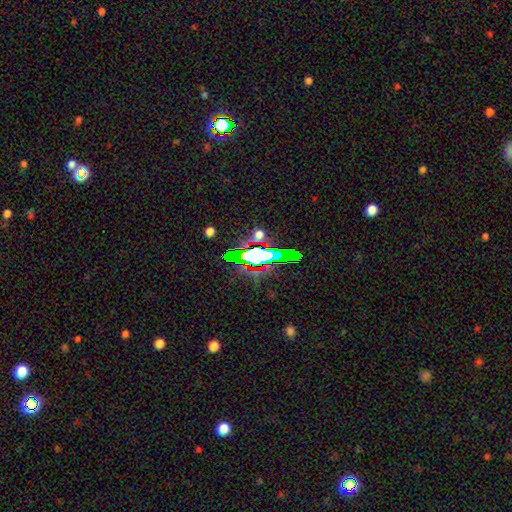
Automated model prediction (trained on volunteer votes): Smooth or featured?
  - star or artifact: 51% *
  - smooth: 30%
  - featured or disk: 20%